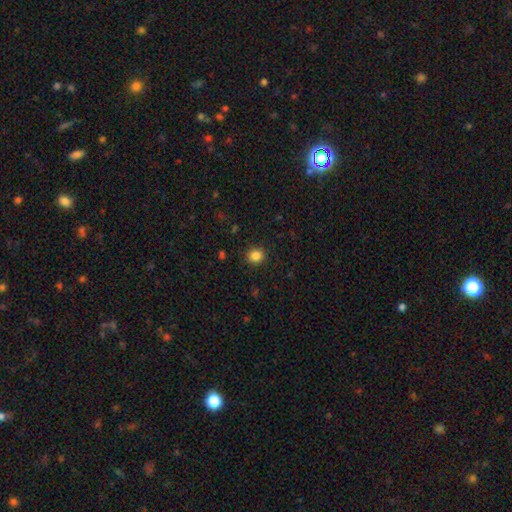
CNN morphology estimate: This is clearly a smooth galaxy (85%). How rounded: likely round (78%). Merging: clearly none (90%).